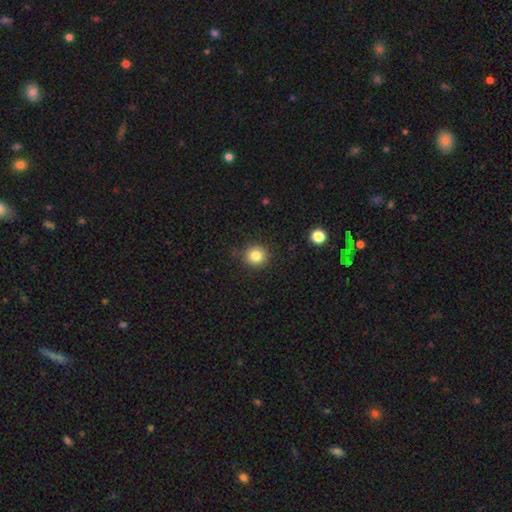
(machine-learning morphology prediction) The model was most divided on "smooth or featured": smooth: 83%, star or artifact: 11%, featured or disk: 6%. More confident: how rounded — round (92%); merging — none (87%).